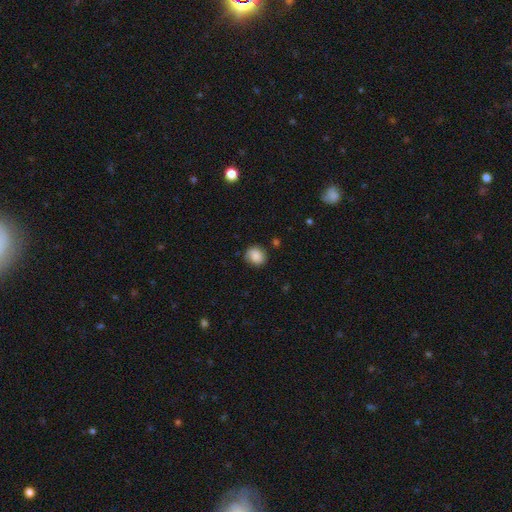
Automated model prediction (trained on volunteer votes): This is clearly a smooth galaxy (81%). How rounded: likely round (79%). Merging: likely none (77%).